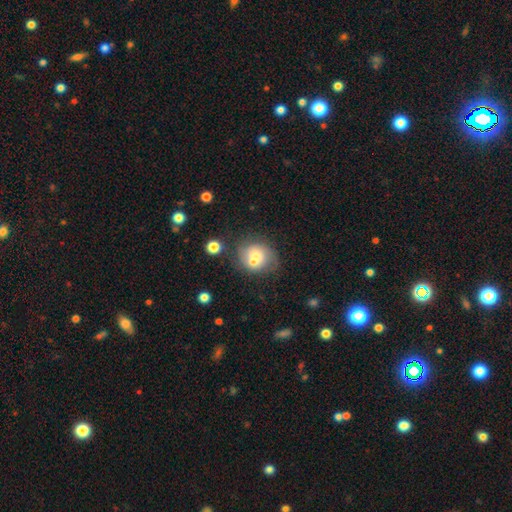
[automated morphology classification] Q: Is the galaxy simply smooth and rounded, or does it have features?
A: smooth — 58%.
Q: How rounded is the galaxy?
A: round — 73%.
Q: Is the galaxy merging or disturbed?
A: none — 44%.